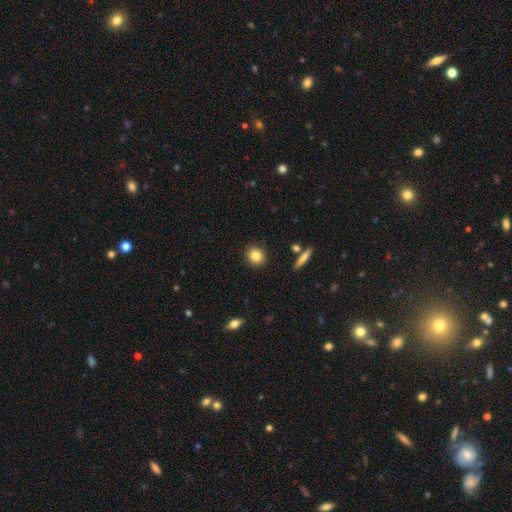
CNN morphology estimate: The model was most divided on "how rounded": round: 82%, in between: 16%, cigar-shaped: 2%. More confident: merging — none (90%); smooth or featured — smooth (84%).